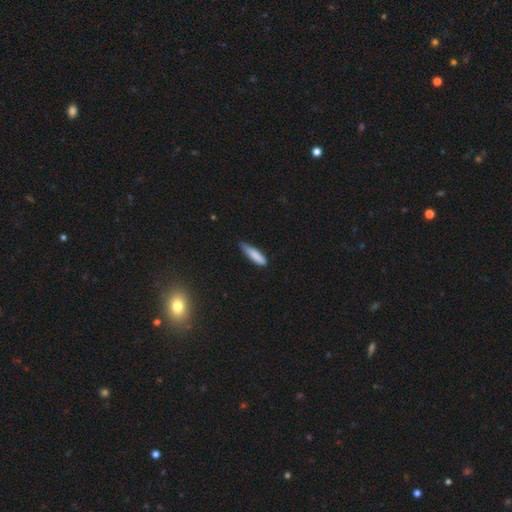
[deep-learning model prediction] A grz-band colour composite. It shows a smooth galaxy with no disk features (83%) that is cigar-shaped (78%). Merging: none (61%).